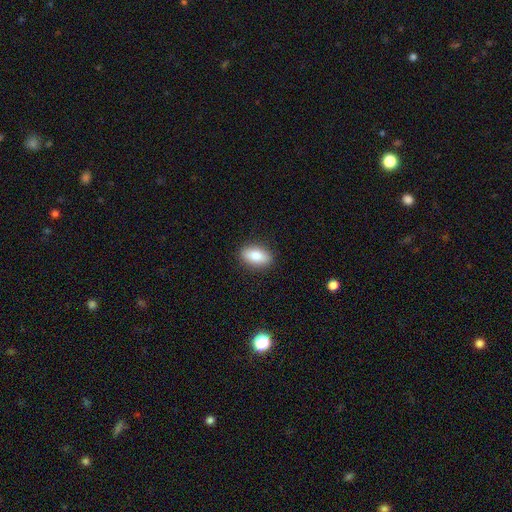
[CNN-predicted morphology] The model was most divided on "smooth or featured": smooth: 83%, featured or disk: 10%, star or artifact: 7%. More confident: merging — none (89%); how rounded — in between (88%).